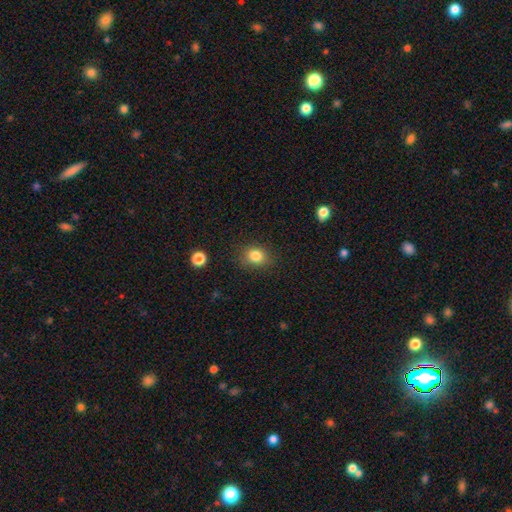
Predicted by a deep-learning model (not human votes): Smooth or featured? smooth (83%)
How rounded? round (56%)
Merging? none (83%)